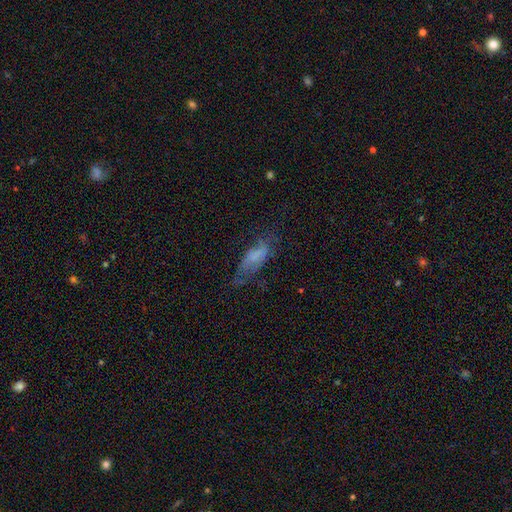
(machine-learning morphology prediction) A smooth galaxy with no disk features (55%) that is in between round and cigar-shaped (66%). Merging: none (41%).